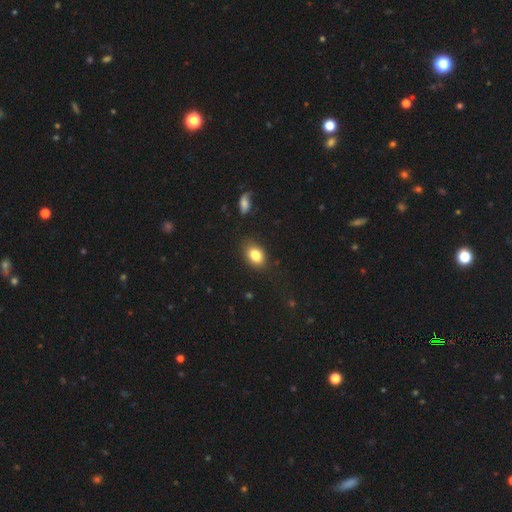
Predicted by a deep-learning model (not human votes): This appears to be a smooth galaxy with no disk features (82%) that is in between round and cigar-shaped (77%). Merging: none (81%).